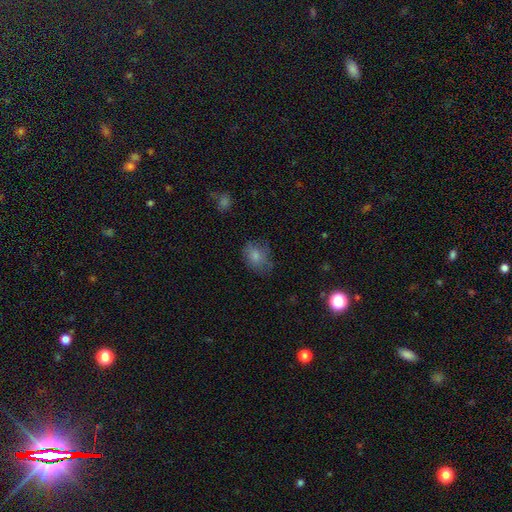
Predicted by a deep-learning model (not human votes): This appears to be a smooth galaxy with no disk features (78%) that is in between round and cigar-shaped (66%). Merging: none (60%).